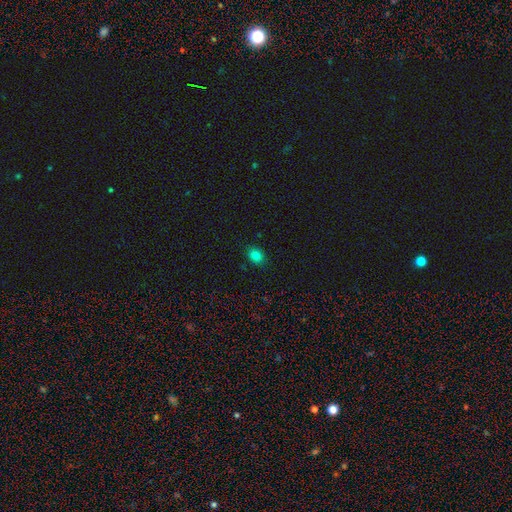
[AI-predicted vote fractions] This appears to be a smooth galaxy with no disk features (81%) that is in between round and cigar-shaped (57%). Merging: none (87%).